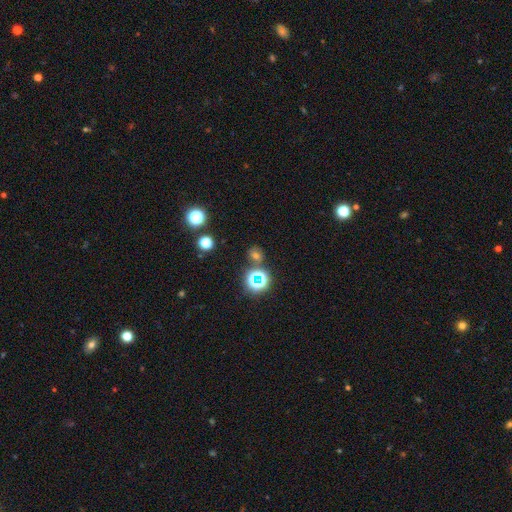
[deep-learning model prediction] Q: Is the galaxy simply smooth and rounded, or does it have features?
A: smooth — 51%.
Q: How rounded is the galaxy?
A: round — 77%.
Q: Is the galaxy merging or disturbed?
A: none — 75%.